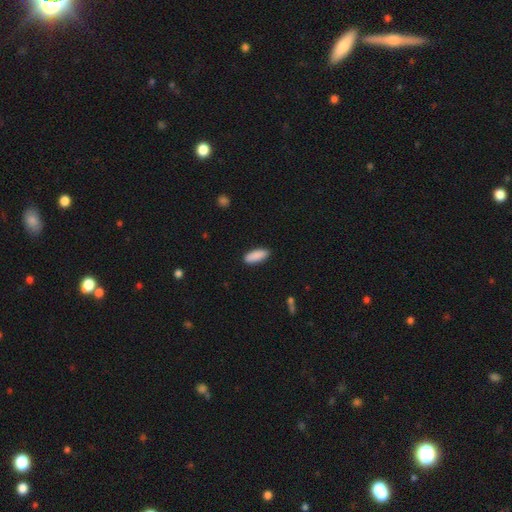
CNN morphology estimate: Q: Smooth or featured?
A: smooth (90%); runner-up: star or artifact (6%)
Q: How rounded?
A: in between (75%); runner-up: cigar-shaped (24%)
Q: Merging?
A: none (89%); runner-up: minor disturbance (8%)